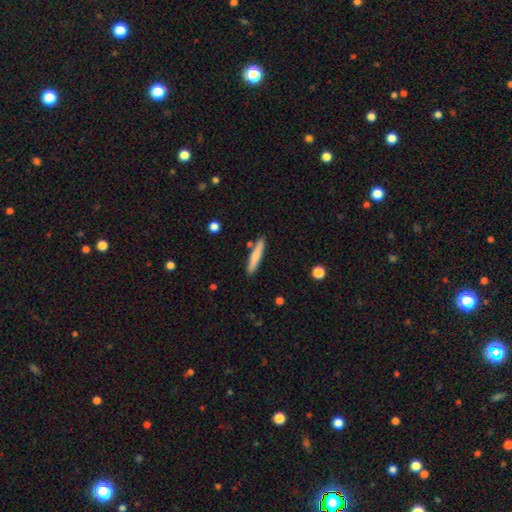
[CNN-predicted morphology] A smooth galaxy with no disk features (75%) that is cigar-shaped (92%).

Vote fractions:
- Smooth or featured? smooth: 75% / featured or disk: 20% / star or artifact: 6%
- How rounded? cigar-shaped: 92% / in between: 7% / round: 1%
- Merging? none: 85% / minor disturbance: 9% / merger: 4% / major disturbance: 2%